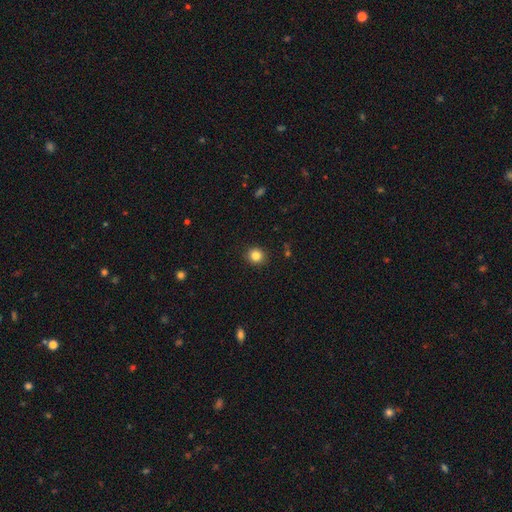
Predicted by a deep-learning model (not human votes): Smooth or featured? Predicted: smooth (p=0.83). How rounded? Predicted: round (p=0.89). Merging? Predicted: none (p=0.91).